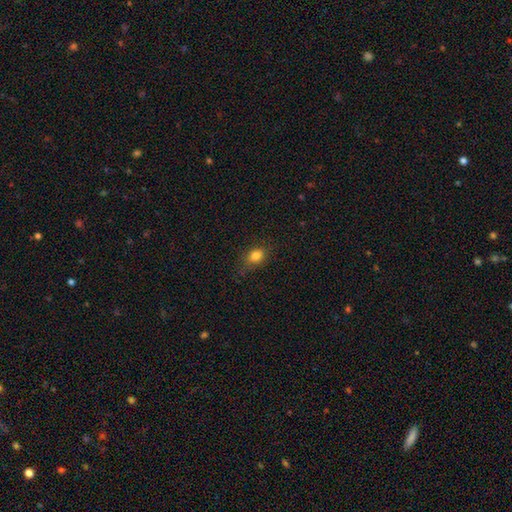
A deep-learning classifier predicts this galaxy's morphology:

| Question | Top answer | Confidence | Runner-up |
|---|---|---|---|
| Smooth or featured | smooth | 82% | star or artifact (12%) |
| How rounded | in between | 57% | round (41%) |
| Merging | none | 71% | minor disturbance (21%) |